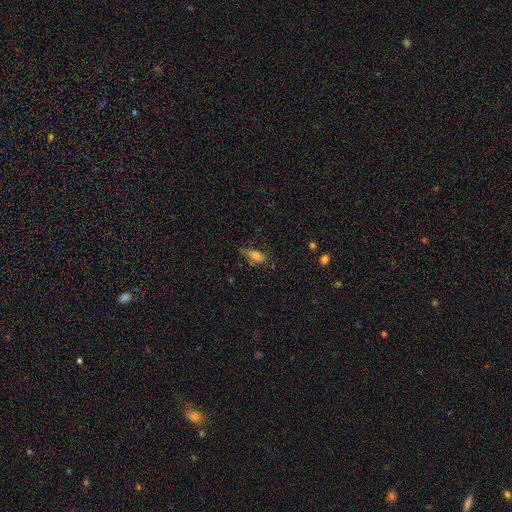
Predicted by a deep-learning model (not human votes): Morphology: type=smooth (70%); roundness=in between (76%); merging=none (57%).